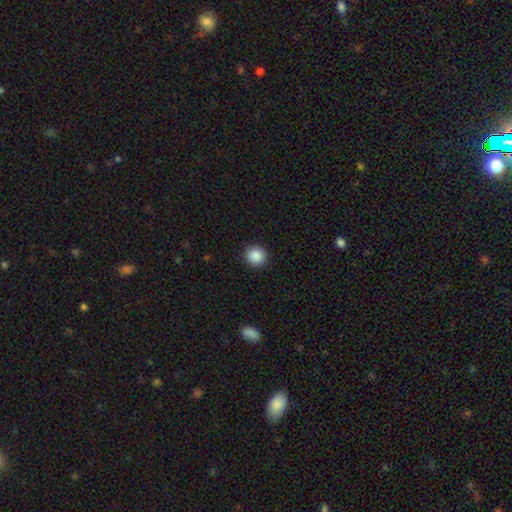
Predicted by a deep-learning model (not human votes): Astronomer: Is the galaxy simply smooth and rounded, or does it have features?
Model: smooth — 88%.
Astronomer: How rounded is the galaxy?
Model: round — 93%.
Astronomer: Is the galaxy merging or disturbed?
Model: none — 92%.